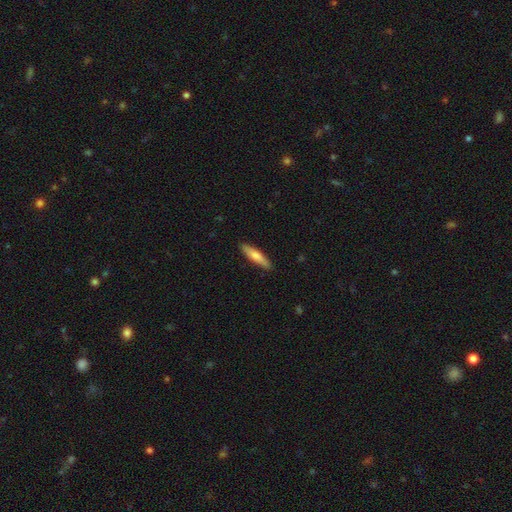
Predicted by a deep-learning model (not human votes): The model was most divided on "smooth or featured": smooth: 70%, featured or disk: 25%, star or artifact: 5%. More confident: merging — none (89%); how rounded — cigar-shaped (82%).